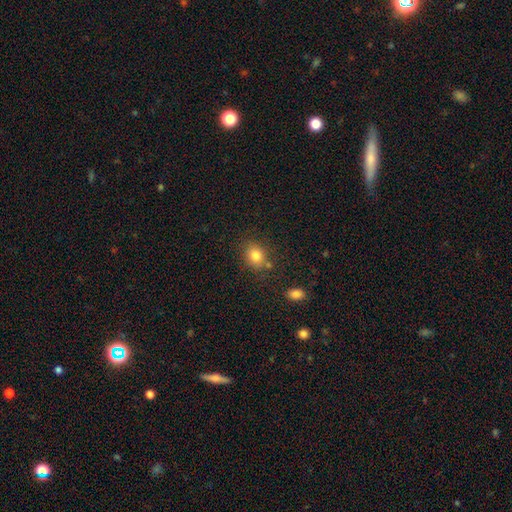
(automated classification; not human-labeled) This appears to be a smooth galaxy with no disk features (82%) that is round (59%). Merging: none (74%).